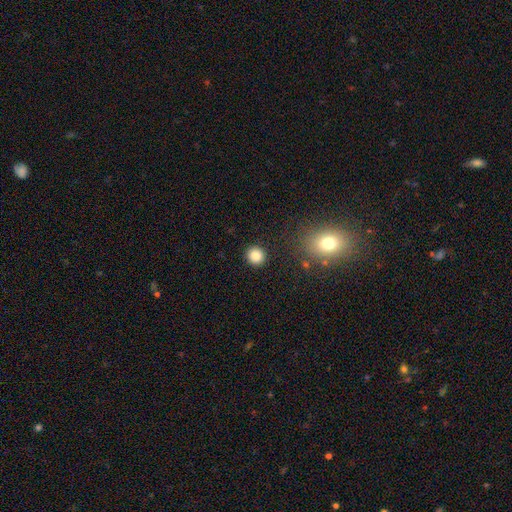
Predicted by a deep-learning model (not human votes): Smooth or featured: smooth — 85% (star or artifact — 11%)
How rounded: round — 92% (in between — 7%)
Merging: none — 91% (minor disturbance — 5%)